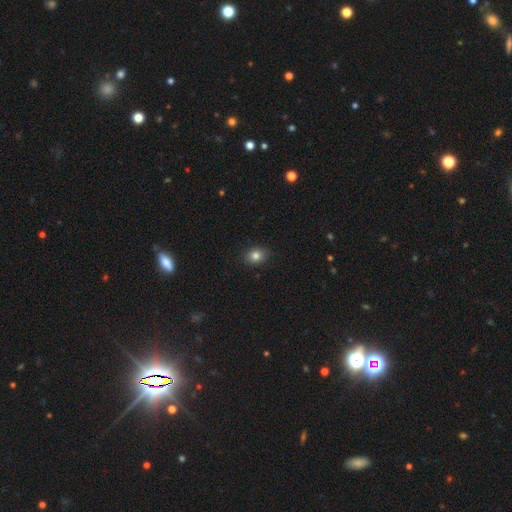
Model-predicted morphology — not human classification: smooth 83%, star or artifact 11%, featured or disk 7%. Down the decision tree: how rounded — in between (54%); merging — none (89%).